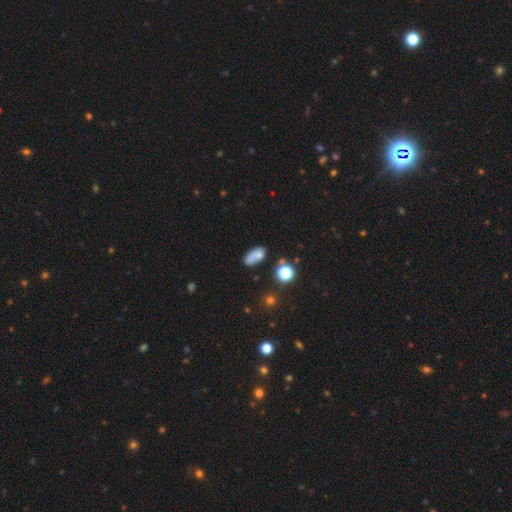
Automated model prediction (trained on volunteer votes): The model was most divided on "merging": none: 48%, minor disturbance: 22%, merger: 20%, major disturbance: 10%. More confident: how rounded — in between (82%); smooth or featured — smooth (71%).